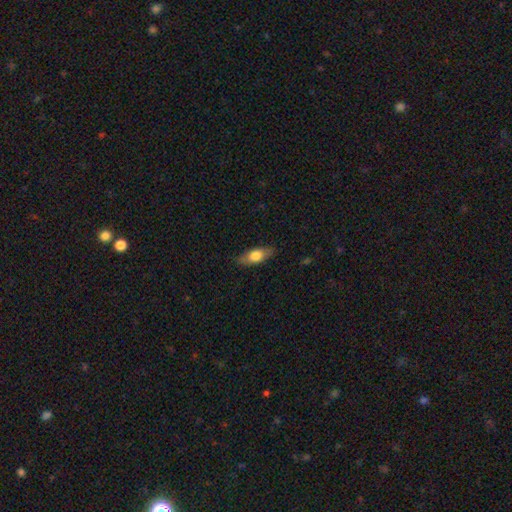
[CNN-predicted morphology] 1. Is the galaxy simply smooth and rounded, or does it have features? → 66% smooth, 28% featured or disk, 6% star or artifact.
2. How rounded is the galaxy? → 73% in between, 23% cigar-shaped, 4% round.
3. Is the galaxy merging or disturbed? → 83% none, 13% minor disturbance, 3% major disturbance, 1% merger.